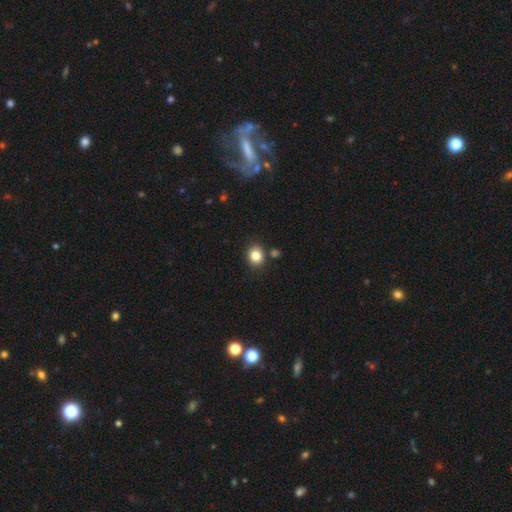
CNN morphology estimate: This appears to be a smooth galaxy with no disk features (83%) that is round (71%). Merging: none (81%).